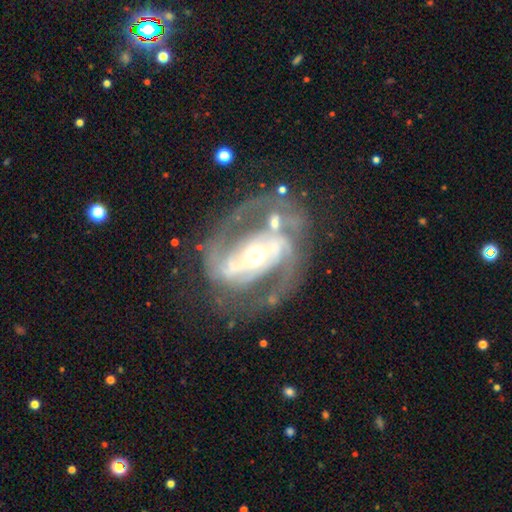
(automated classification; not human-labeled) Q: Smooth or featured?
A: featured or disk (91%); runner-up: star or artifact (5%)
Q: Edge-on disk?
A: no (97%); runner-up: yes (3%)
Q: Bar?
A: strong (53%); runner-up: weak (28%)
Q: Spiral arms?
A: yes (97%); runner-up: no (3%)
Q: Spiral winding?
A: medium (56%); runner-up: tight (30%)
Q: Spiral arm count?
A: 2 (83%); runner-up: 3 (7%)
Q: Bulge size?
A: moderate (59%); runner-up: small (32%)
Q: Merging?
A: none (65%); runner-up: minor disturbance (17%)